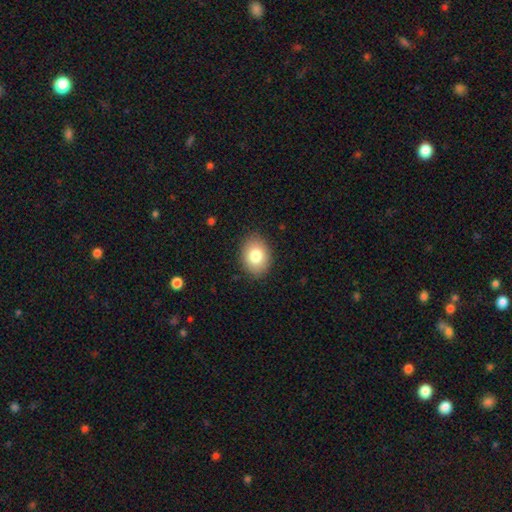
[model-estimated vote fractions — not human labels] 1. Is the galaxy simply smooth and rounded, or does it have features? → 81% smooth, 10% featured or disk, 8% star or artifact.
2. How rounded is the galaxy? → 69% in between, 31% round, 1% cigar-shaped.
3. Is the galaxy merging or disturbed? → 87% none, 10% minor disturbance, 2% major disturbance, 1% merger.